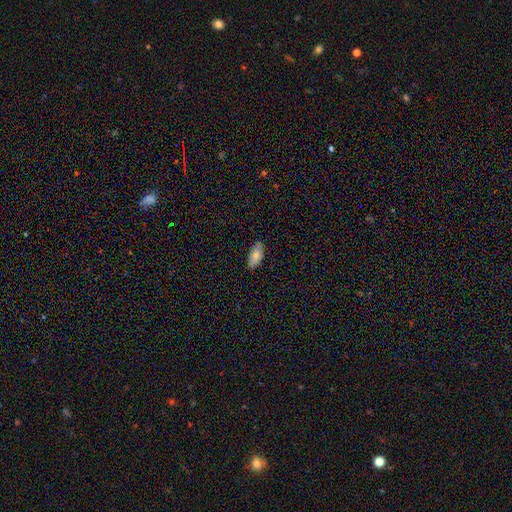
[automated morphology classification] type=smooth (79%); roundness=in between (88%); merging=none (84%).